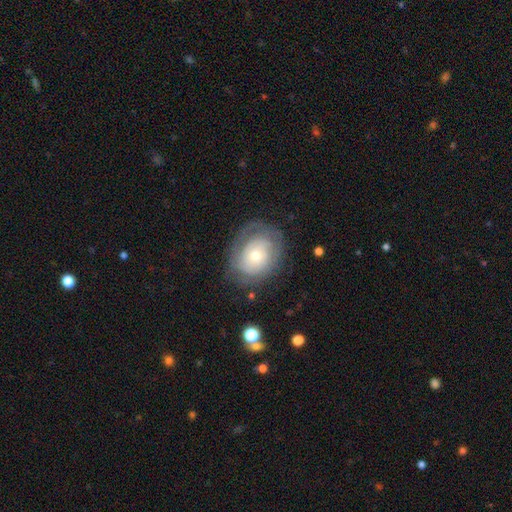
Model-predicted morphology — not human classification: featured or disk 61%, smooth 32%, star or artifact 7%. Down the decision tree: edge-on disk — no (96%); bar — no (83%); spiral arms — yes (71%); bulge size — small (48%); merging — none (68%).